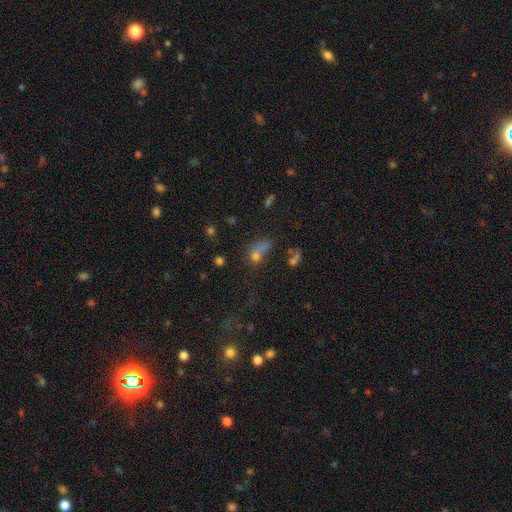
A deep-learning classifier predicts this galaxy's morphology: This appears to be a smooth galaxy with no disk features (66%) that is round (47%, tied with in between). Merging: merger (40%).